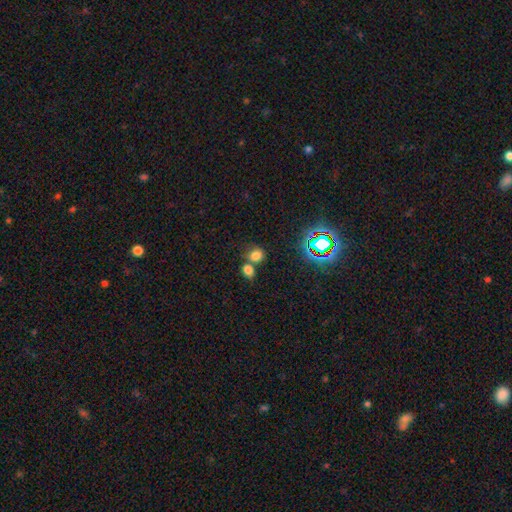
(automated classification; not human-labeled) Smooth or featured?
  - smooth: 75% *
  - star or artifact: 18%
  - featured or disk: 7%
How rounded?
  - round: 61% *
  - in between: 38%
  - cigar-shaped: 1%
Merging?
  - none: 47% *
  - merger: 41%
  - minor disturbance: 9%
  - major disturbance: 4%